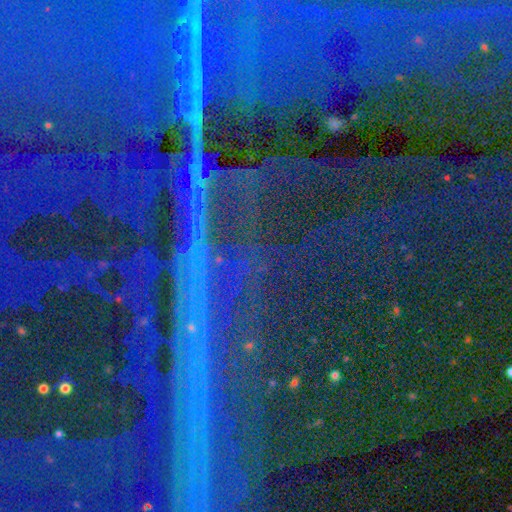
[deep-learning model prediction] Overall: star or artifact (90%).